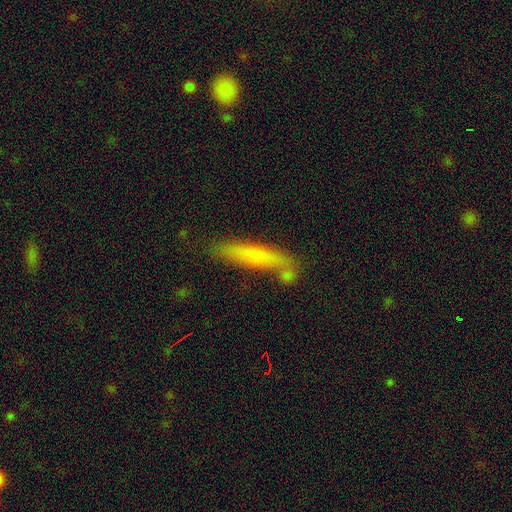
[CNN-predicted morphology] Q: Smooth or featured?
A: smooth (69%); runner-up: featured or disk (23%)
Q: How rounded?
A: cigar-shaped (85%); runner-up: in between (13%)
Q: Merging?
A: none (67%); runner-up: minor disturbance (17%)